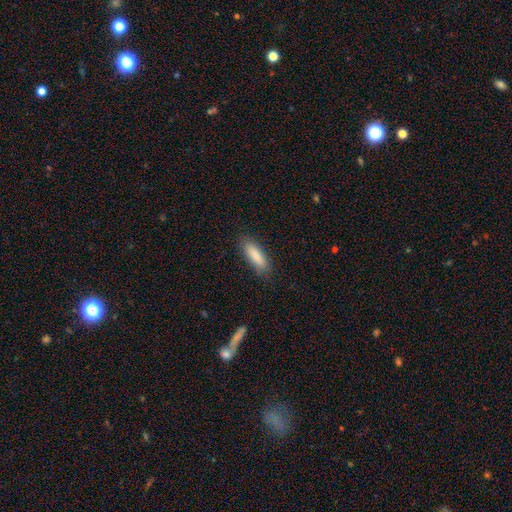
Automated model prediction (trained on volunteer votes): Smooth or featured? Predicted: smooth (p=0.87). How rounded? Predicted: in between (p=0.52). Merging? Predicted: none (p=0.84).